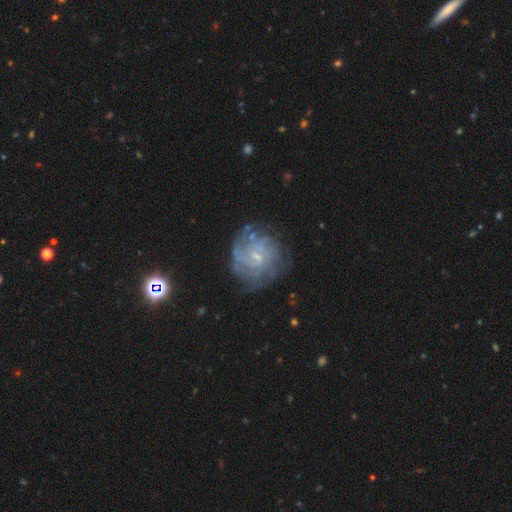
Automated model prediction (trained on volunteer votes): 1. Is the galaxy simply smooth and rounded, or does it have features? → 76% featured or disk, 15% smooth, 9% star or artifact.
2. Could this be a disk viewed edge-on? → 98% no, 2% yes.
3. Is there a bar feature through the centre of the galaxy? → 62% no, 33% weak, 5% strong.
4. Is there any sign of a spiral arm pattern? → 86% yes, 14% no.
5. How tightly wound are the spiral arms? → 62% tight, 28% medium, 10% loose.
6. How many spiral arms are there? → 52% can't tell, 13% 4, 11% 3, 11% 2, 8% more than 4, 5% 1.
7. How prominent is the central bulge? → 70% small, 20% moderate, 7% none, 1% large, 1% dominant.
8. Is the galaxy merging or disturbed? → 68% none, 18% minor disturbance, 11% major disturbance, 2% merger.